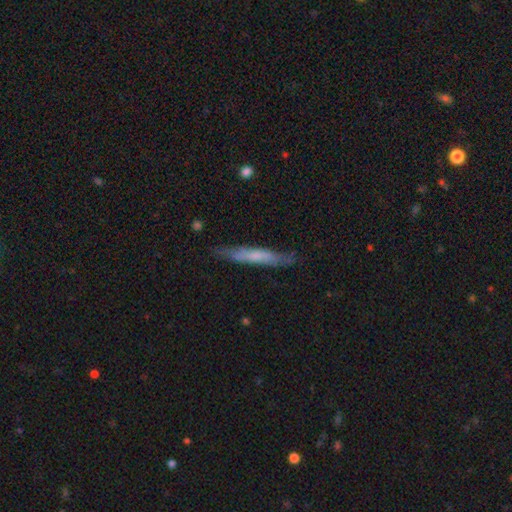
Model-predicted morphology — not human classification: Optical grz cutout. It shows a smooth galaxy with no disk features (53%) that is cigar-shaped (94%). Merging: none (81%).